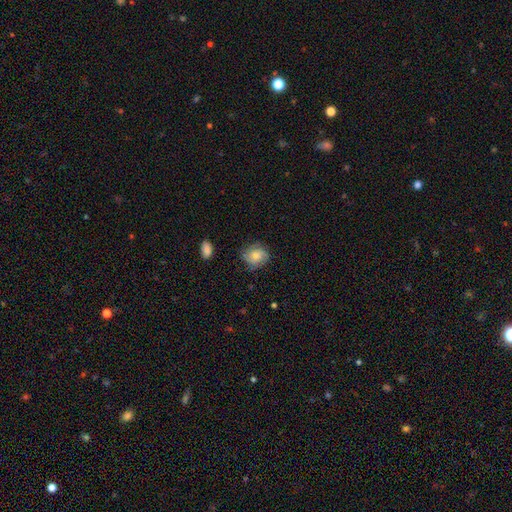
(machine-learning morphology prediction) A smooth galaxy with no disk features (58%) that is round (70%). Merging: none (72%).